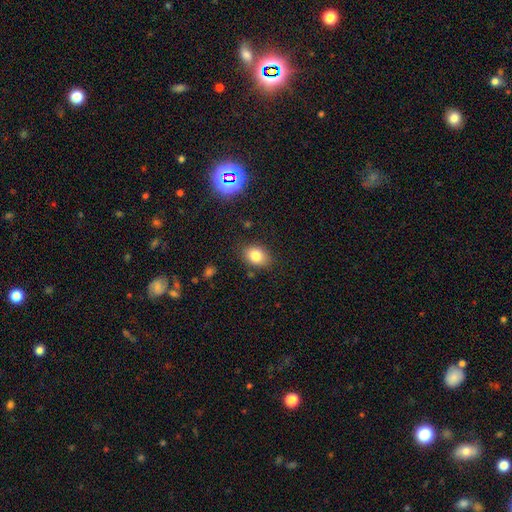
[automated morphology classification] A smooth galaxy with no disk features (80%) that is in between round and cigar-shaped (68%). Merging: none (83%).